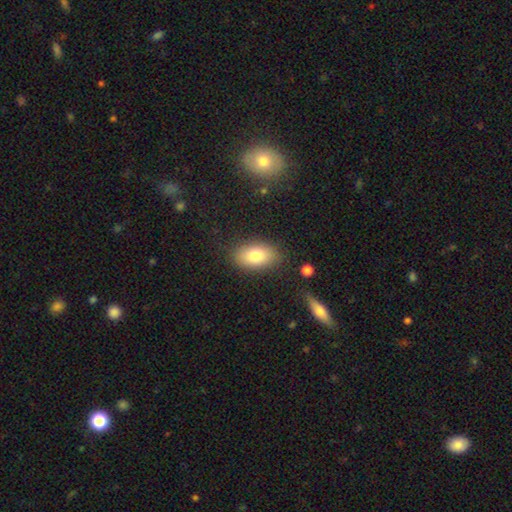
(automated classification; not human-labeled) This is clearly a smooth galaxy (81%). How rounded: clearly in between (91%). Merging: clearly none (83%).